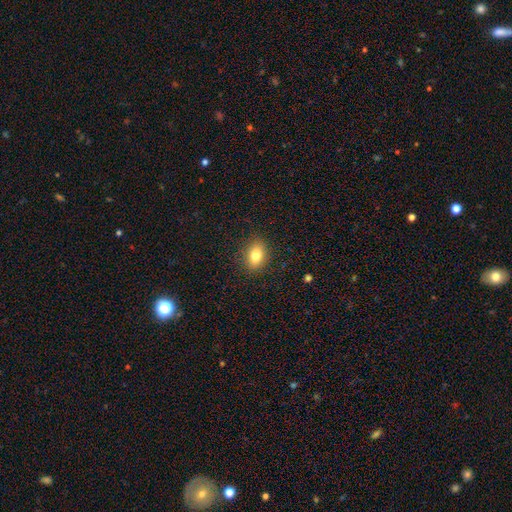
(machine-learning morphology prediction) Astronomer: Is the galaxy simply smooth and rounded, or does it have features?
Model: smooth — 81%.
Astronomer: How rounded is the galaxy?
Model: in between — 79%.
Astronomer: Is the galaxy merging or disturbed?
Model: none — 88%.